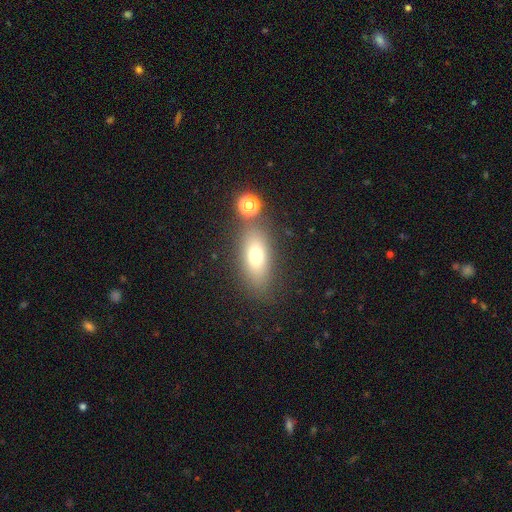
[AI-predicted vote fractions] This appears to be a smooth galaxy with no disk features (71%) that is in between round and cigar-shaped (78%). Merging: none (74%).